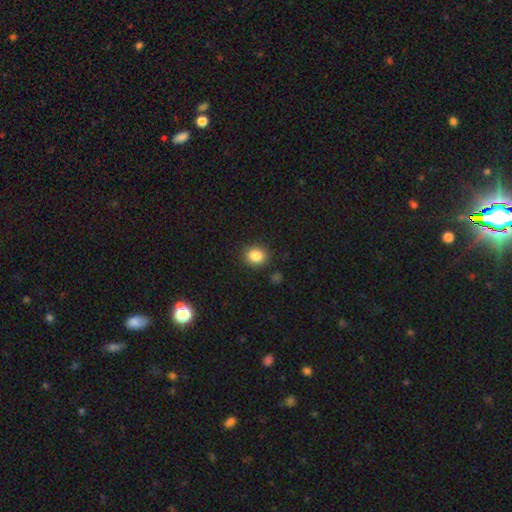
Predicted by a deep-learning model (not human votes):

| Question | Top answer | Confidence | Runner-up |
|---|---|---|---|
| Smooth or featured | smooth | 84% | star or artifact (11%) |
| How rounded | round | 73% | in between (26%) |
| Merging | none | 88% | minor disturbance (8%) |